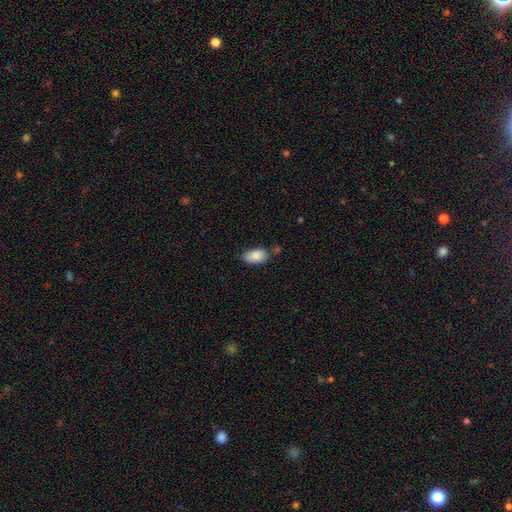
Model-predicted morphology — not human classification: Smooth or featured?
  - smooth: 87% *
  - star or artifact: 7%
  - featured or disk: 6%
How rounded?
  - in between: 94% *
  - round: 3%
  - cigar-shaped: 3%
Merging?
  - none: 72% *
  - minor disturbance: 17%
  - merger: 7%
  - major disturbance: 3%